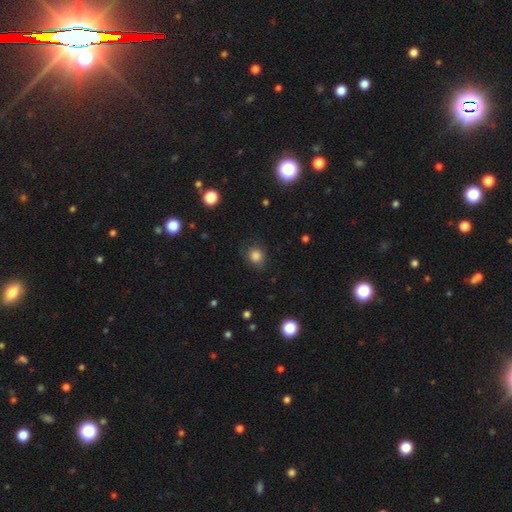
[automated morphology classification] smooth 84%, star or artifact 12%, featured or disk 5%. Down the decision tree: how rounded — round (79%); merging — none (80%).